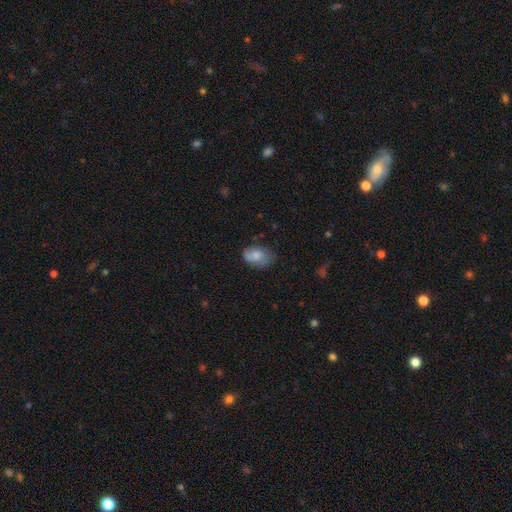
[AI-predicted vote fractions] Smooth or featured? Predicted: smooth (p=0.76). How rounded? Predicted: in between (p=0.86). Merging? Predicted: none (p=0.63).